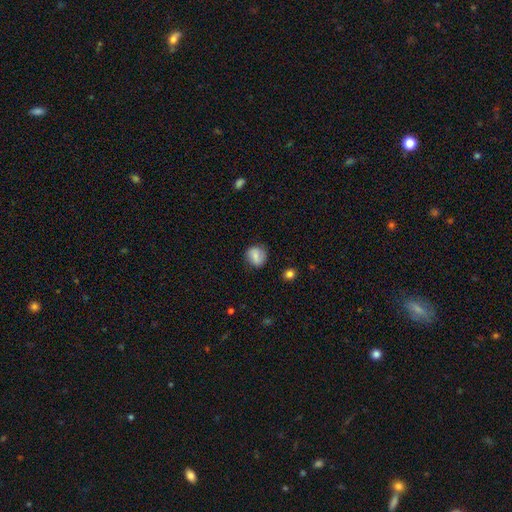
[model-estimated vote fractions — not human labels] Q: Smooth or featured?
A: smooth (72%); runner-up: featured or disk (20%)
Q: How rounded?
A: round (76%); runner-up: in between (22%)
Q: Merging?
A: none (79%); runner-up: minor disturbance (15%)